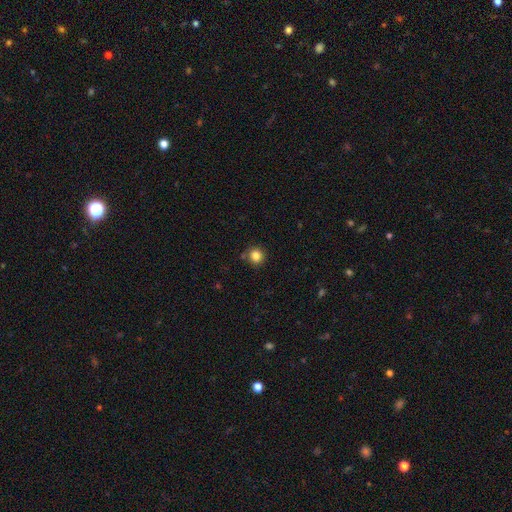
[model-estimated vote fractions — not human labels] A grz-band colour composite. It shows a smooth galaxy with no disk features (83%) that is round (93%). Merging: none (83%).